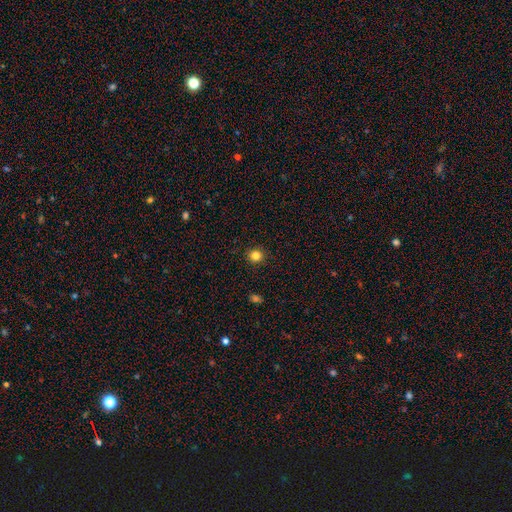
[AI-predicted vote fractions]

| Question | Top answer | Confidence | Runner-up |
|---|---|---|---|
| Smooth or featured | smooth | 83% | star or artifact (12%) |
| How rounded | round | 91% | in between (8%) |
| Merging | none | 92% | minor disturbance (5%) |